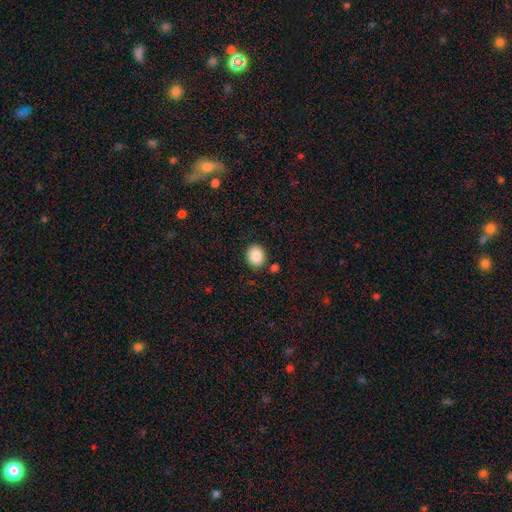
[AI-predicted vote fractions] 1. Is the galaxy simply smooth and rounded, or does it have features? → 87% smooth, 8% star or artifact, 4% featured or disk.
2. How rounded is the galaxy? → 64% round, 35% in between, 1% cigar-shaped.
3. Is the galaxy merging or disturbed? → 86% none, 8% minor disturbance, 4% merger, 2% major disturbance.